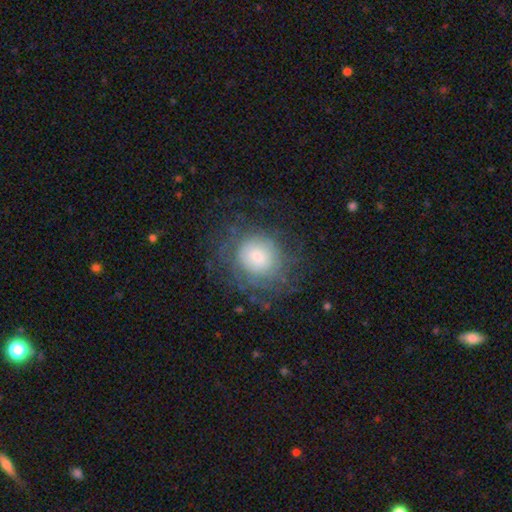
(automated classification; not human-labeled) Smooth or featured? Predicted: smooth (p=0.51). How rounded? Predicted: round (p=0.80). Merging? Predicted: none (p=0.69).